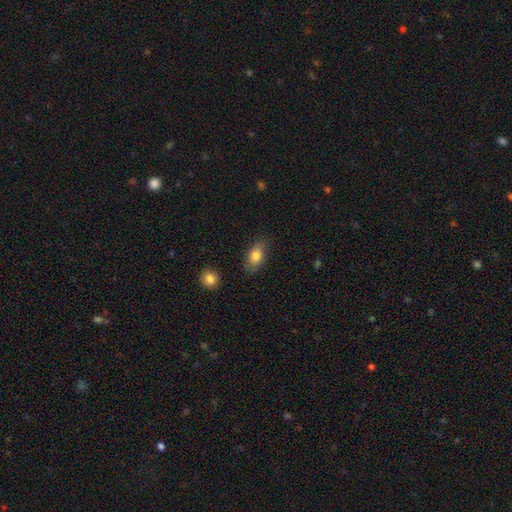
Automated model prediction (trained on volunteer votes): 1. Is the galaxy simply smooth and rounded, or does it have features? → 80% smooth, 13% featured or disk, 8% star or artifact.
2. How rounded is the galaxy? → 87% in between, 9% round, 4% cigar-shaped.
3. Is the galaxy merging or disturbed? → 74% none, 20% minor disturbance, 5% major disturbance, 2% merger.